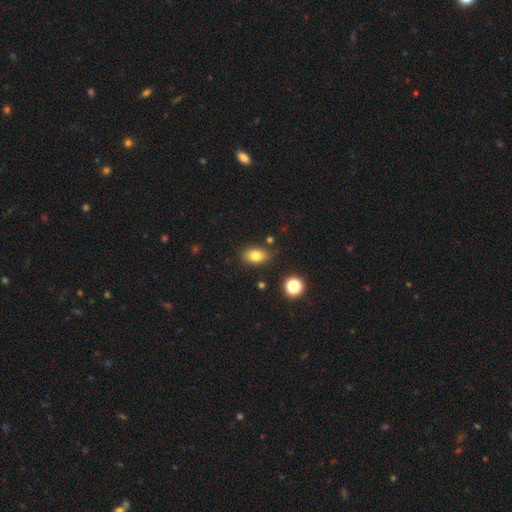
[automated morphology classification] Overall: smooth (80%). How rounded: in between (84%). Merging: none (81%).